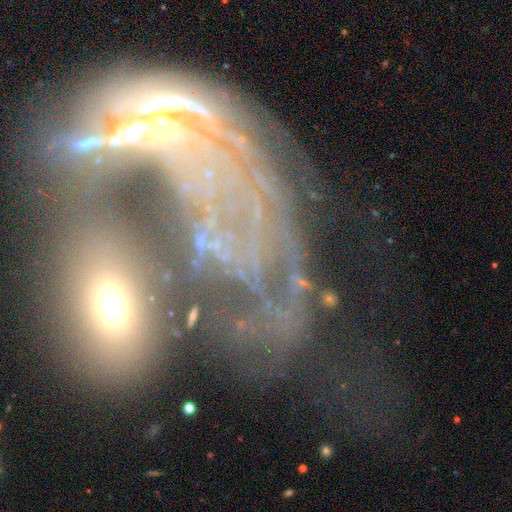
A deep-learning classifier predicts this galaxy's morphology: Smooth or featured? featured or disk (55%)
Edge-on disk? no (85%)
Merging? none (44%)